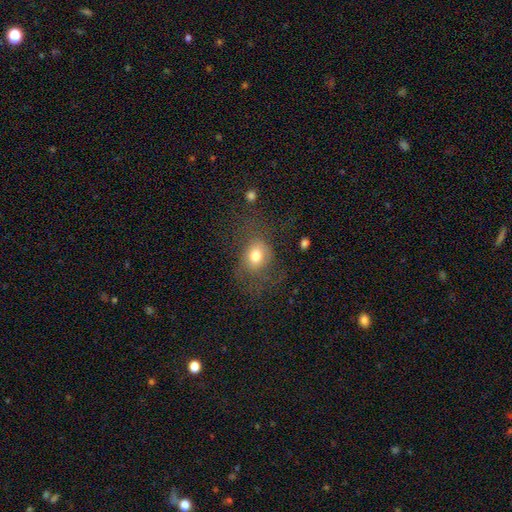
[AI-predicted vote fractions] This appears to be a smooth galaxy with no disk features (73%) that is round (52%). Merging: none (48%).